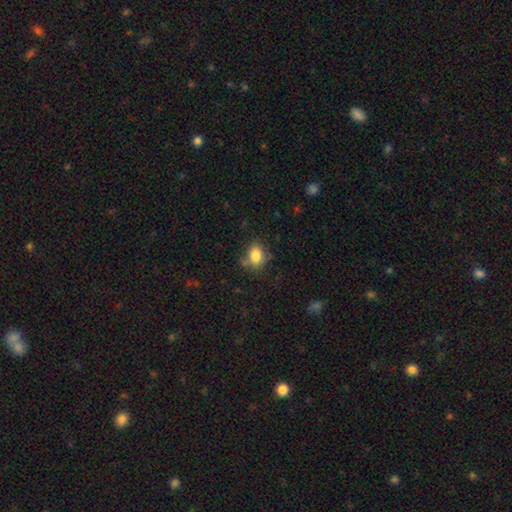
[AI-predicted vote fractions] This is clearly a smooth galaxy (83%). How rounded: likely in between (64%). Merging: likely none (67%).